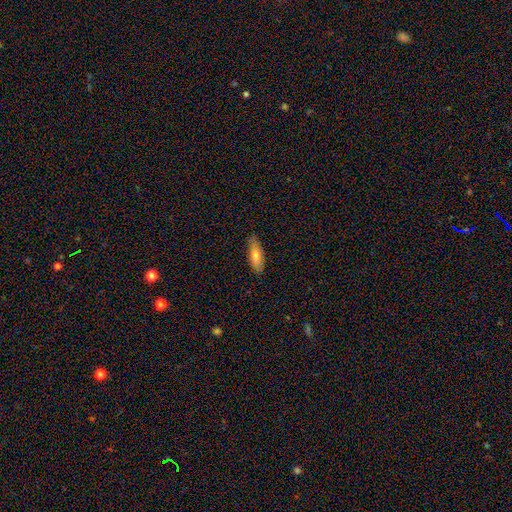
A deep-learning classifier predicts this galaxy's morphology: smooth 71%, featured or disk 23%, star or artifact 7%. Down the decision tree: how rounded — in between (53%); merging — none (83%).